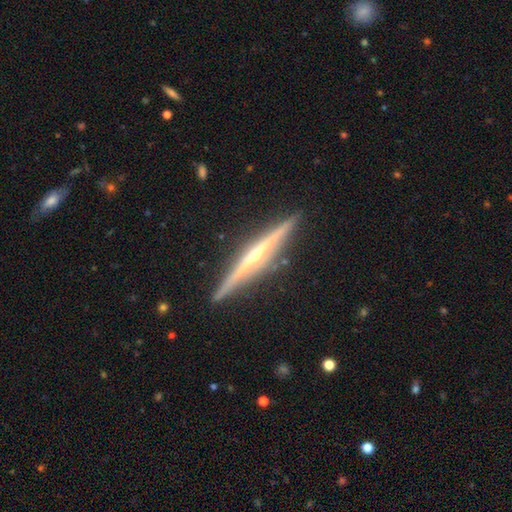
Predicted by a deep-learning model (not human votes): This is clearly a featured or disk galaxy (85%). It is clearly viewed edge-on (98%). Edge-on bulge: clearly rounded (80%). Merging: clearly none (90%).